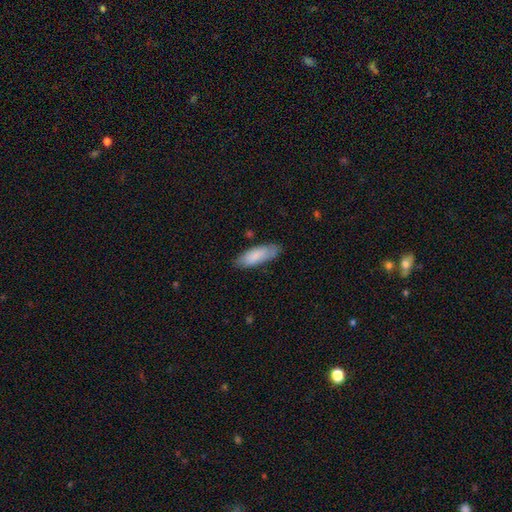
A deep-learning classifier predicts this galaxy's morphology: This is clearly a smooth galaxy (84%). How rounded: likely in between (66%). Merging: likely none (78%).